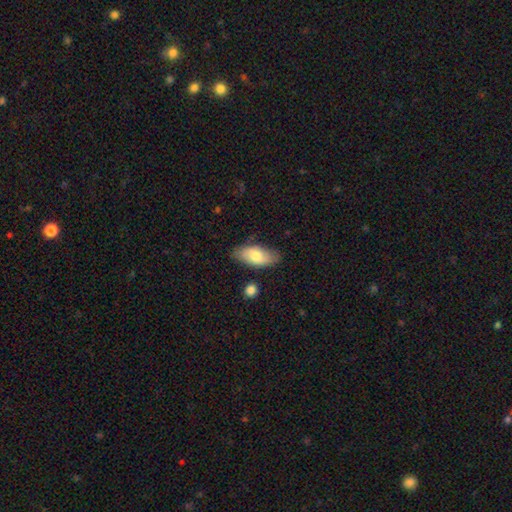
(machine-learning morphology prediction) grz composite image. It shows a smooth galaxy with no disk features (71%) that is in between round and cigar-shaped (91%). Merging: none (79%).